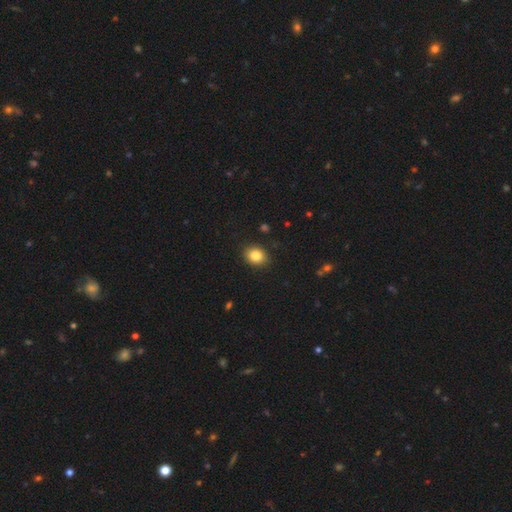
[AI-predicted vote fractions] Q: Smooth or featured?
A: smooth (85%); runner-up: star or artifact (9%)
Q: How rounded?
A: in between (56%); runner-up: round (43%)
Q: Merging?
A: none (88%); runner-up: minor disturbance (8%)